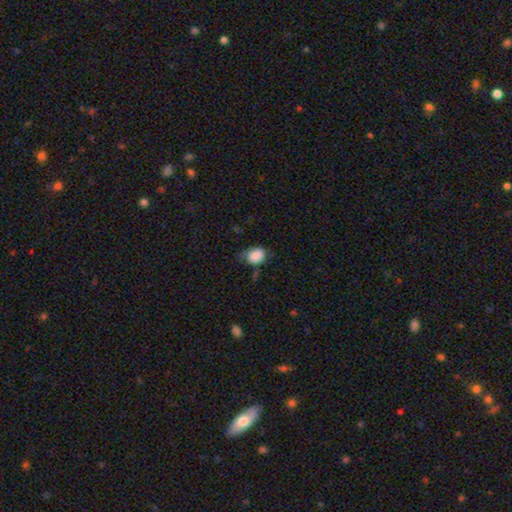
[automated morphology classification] Smooth or featured? Predicted: smooth (p=0.85). How rounded? Predicted: in between (p=0.56). Merging? Predicted: none (p=0.48).